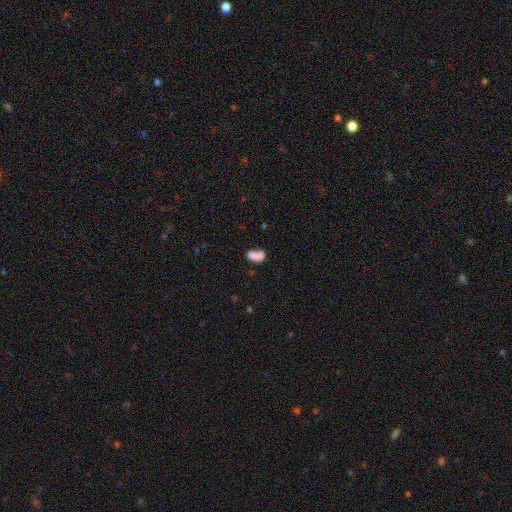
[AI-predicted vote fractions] smooth 70%, featured or disk 19%, star or artifact 11%. Down the decision tree: how rounded — in between (82%); merging — merger (59%).